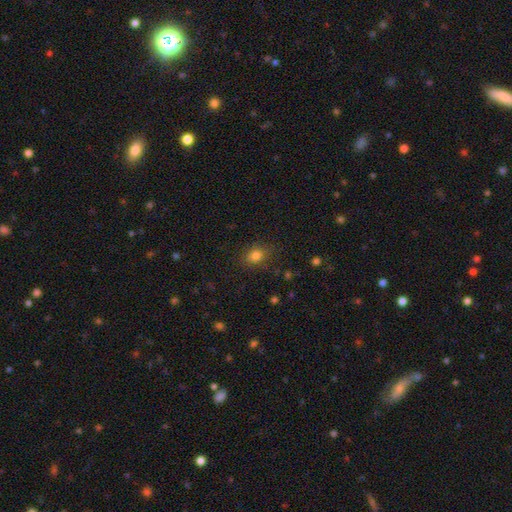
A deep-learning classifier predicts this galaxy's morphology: This is clearly a smooth galaxy (81%). How rounded: likely in between (65%). Merging: clearly none (83%).